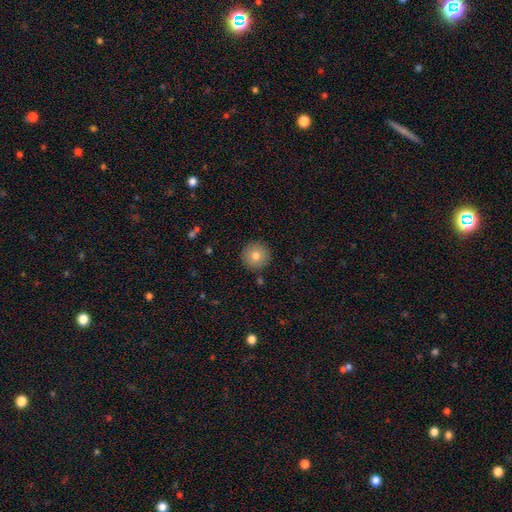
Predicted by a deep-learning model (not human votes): This is likely a smooth galaxy (79%). How rounded: clearly round (95%). Merging: clearly none (90%).